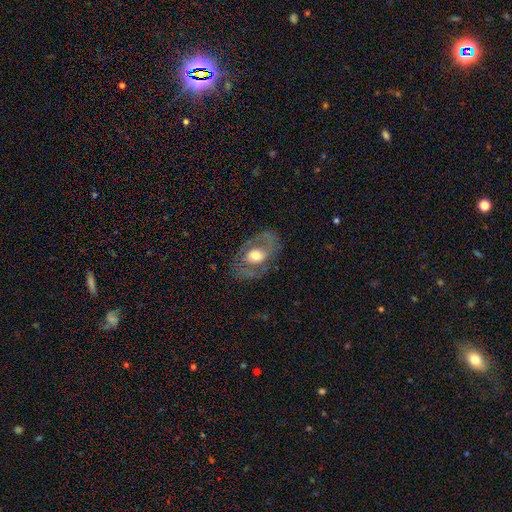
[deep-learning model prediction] Smooth or featured?
  - featured or disk: 64% *
  - smooth: 30%
  - star or artifact: 7%
Edge-on disk?
  - no: 94% *
  - yes: 6%
Bar?
  - no: 65% *
  - weak: 26%
  - strong: 10%
Spiral arms?
  - yes: 55% *
  - no: 45%
Bulge size?
  - moderate: 60% *
  - large: 26%
  - small: 10%
  - dominant: 2%
  - none: 1%
Merging?
  - none: 71% *
  - minor disturbance: 17%
  - major disturbance: 11%
  - merger: 1%